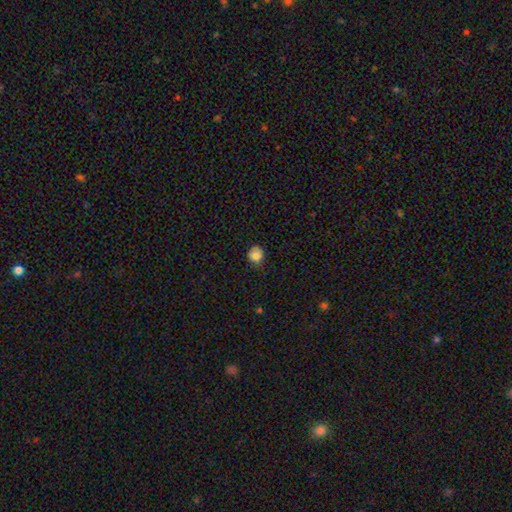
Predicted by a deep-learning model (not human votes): Overall: smooth (82%). How rounded: round (81%). Merging: none (68%).